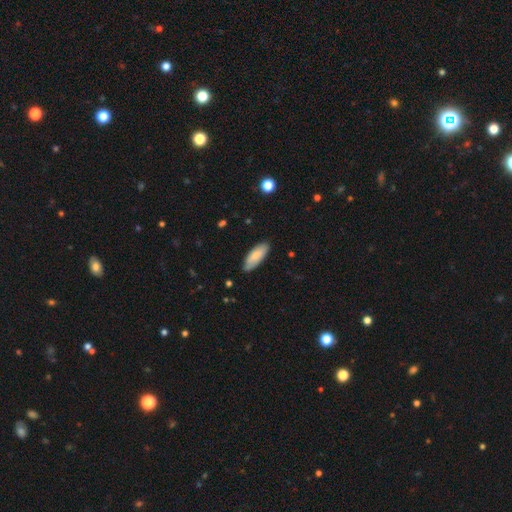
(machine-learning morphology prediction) smooth_or_featured: smooth (p=0.78) [alt: featured or disk p=0.17]
how_rounded: in between (p=0.75) [alt: cigar-shaped p=0.23]
merging: none (p=0.82) [alt: minor disturbance p=0.15]